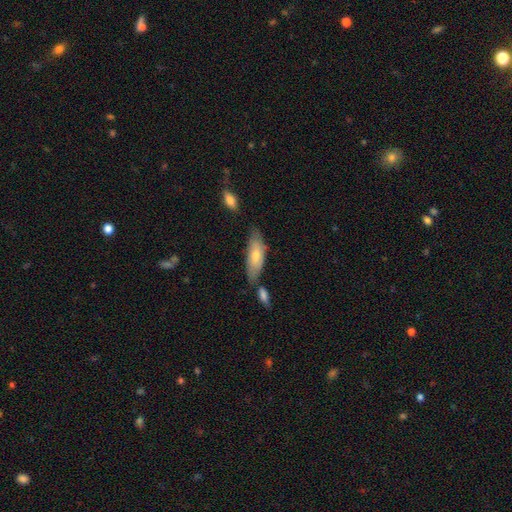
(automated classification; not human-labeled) smooth-or-featured: smooth: 61% | featured or disk: 33% | star or artifact: 6%
  how-rounded: in between: 65% | cigar-shaped: 33% | round: 2%
  merging: none: 62% | minor disturbance: 22% | merger: 12% | major disturbance: 5%